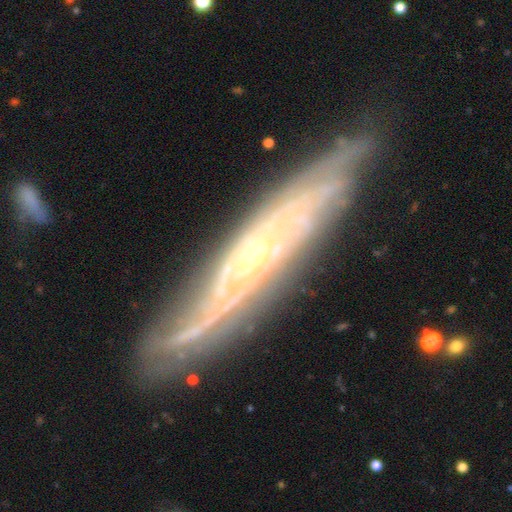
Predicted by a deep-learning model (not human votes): Q: Smooth or featured?
A: featured or disk (85%); runner-up: smooth (9%)
Q: Edge-on disk?
A: no (64%); runner-up: yes (36%)
Q: Bar?
A: no (71%); runner-up: weak (22%)
Q: Spiral arms?
A: yes (93%); runner-up: no (7%)
Q: Spiral winding?
A: tight (68%); runner-up: medium (25%)
Q: Spiral arm count?
A: can't tell (48%); runner-up: 2 (18%)
Q: Bulge size?
A: small (78%); runner-up: moderate (18%)
Q: Merging?
A: none (79%); runner-up: minor disturbance (15%)